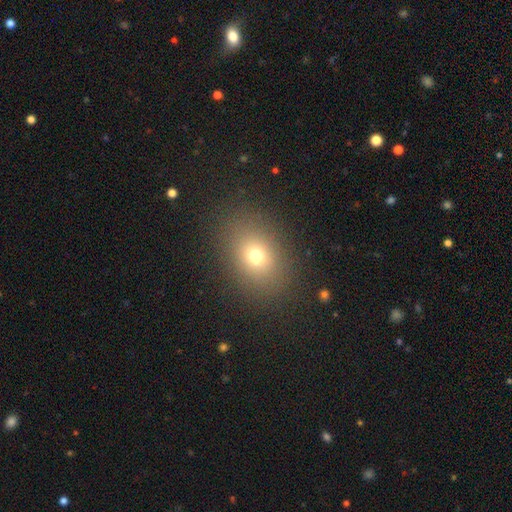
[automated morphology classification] Smooth or featured? Predicted: smooth (p=0.71). How rounded? Predicted: in between (p=0.62). Merging? Predicted: none (p=0.86).